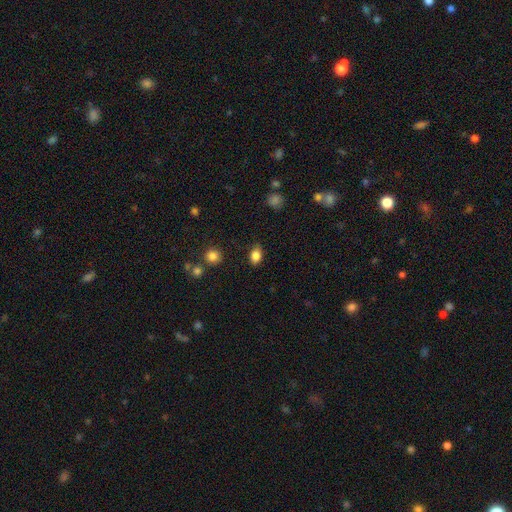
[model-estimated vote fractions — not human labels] Smooth or featured?
  - smooth: 84% *
  - star or artifact: 10%
  - featured or disk: 6%
How rounded?
  - in between: 78% *
  - round: 20%
  - cigar-shaped: 2%
Merging?
  - none: 84% *
  - minor disturbance: 12%
  - major disturbance: 3%
  - merger: 1%